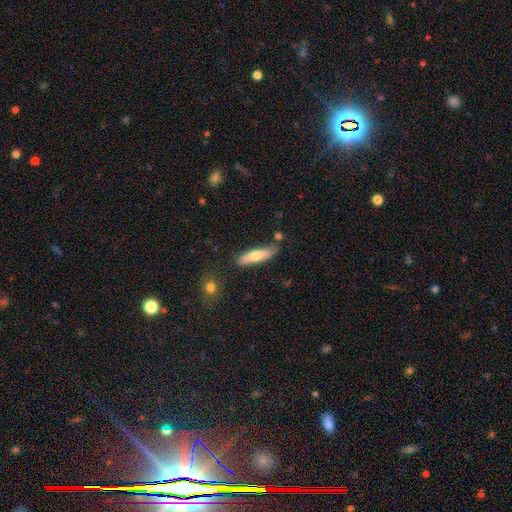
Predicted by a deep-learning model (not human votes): smooth 65%, featured or disk 29%, star or artifact 6%. Down the decision tree: how rounded — cigar-shaped (68%); merging — none (77%).